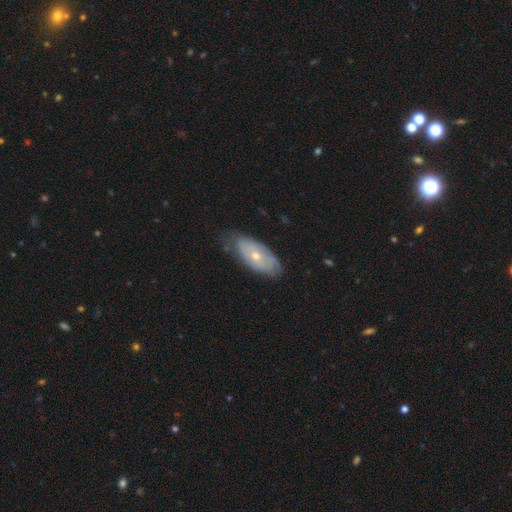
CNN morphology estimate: type=featured or disk (52%); edge-on=no (84%); merging=none (64%).